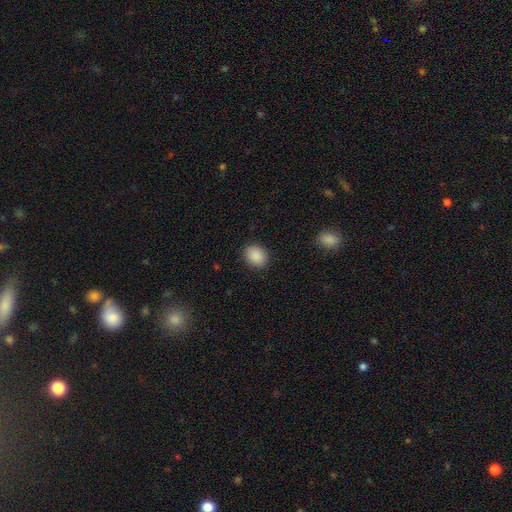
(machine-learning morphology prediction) smooth-or-featured: smooth: 89% | star or artifact: 8% | featured or disk: 3%
  how-rounded: round: 54% | in between: 45% | cigar-shaped: 1%
  merging: none: 89% | minor disturbance: 8% | major disturbance: 2% | merger: 1%